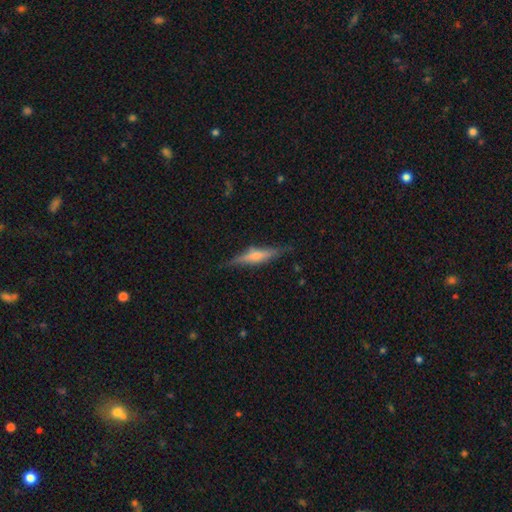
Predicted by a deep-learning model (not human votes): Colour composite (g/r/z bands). It shows a featured or disk galaxy (56%) viewed edge-on (94%) with a rounded central bulge (69%). Merging: none (81%).